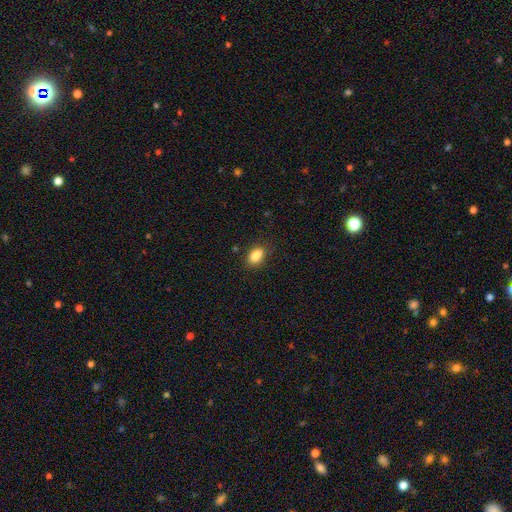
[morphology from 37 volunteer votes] A smooth galaxy with no disk features (89%) that is in between round and cigar-shaped (82%). Merging: none (74%).